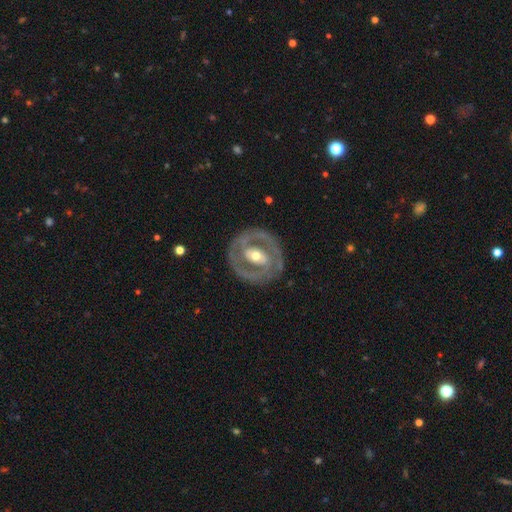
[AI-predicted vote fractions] This is likely a featured or disk galaxy (77%). It is clearly not viewed edge-on (96%). Bar: marginally no (43%). Spiral arm pattern: possibly yes (56%). Central bulge: likely moderate (69%). Merging: clearly none (80%).